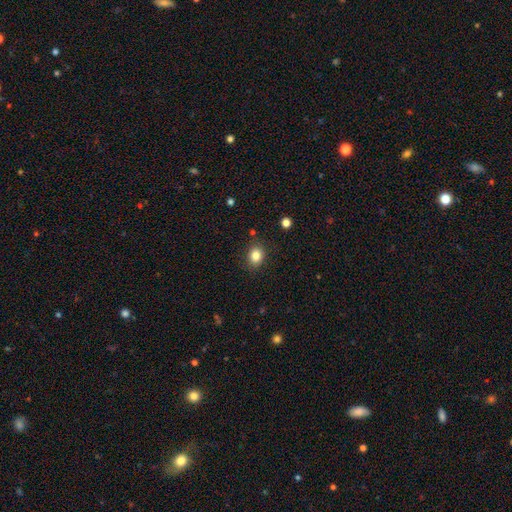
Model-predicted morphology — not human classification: type=smooth (84%); roundness=round (56%); merging=none (85%).